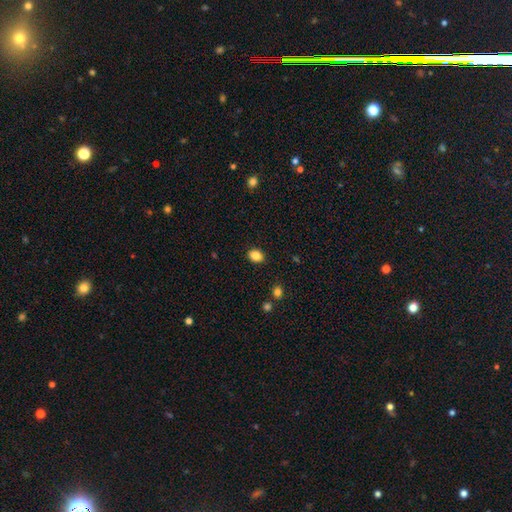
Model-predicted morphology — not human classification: The model was most divided on "how rounded": in between: 55%, round: 45%, cigar-shaped: 1%. More confident: merging — none (89%); smooth or featured — smooth (85%).